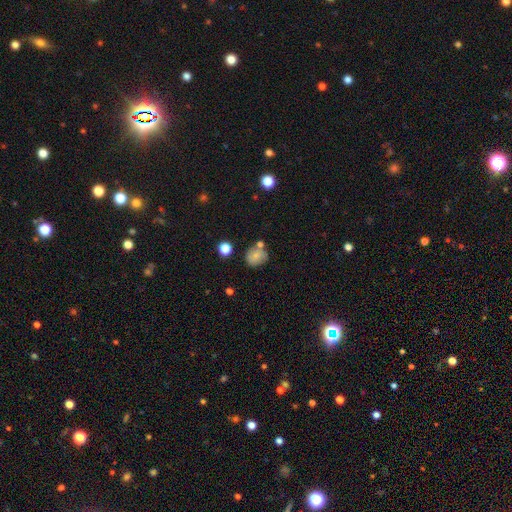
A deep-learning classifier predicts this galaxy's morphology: Smooth or featured? Predicted: smooth (p=0.77). How rounded? Predicted: round (p=0.69). Merging? Predicted: none (p=0.62).